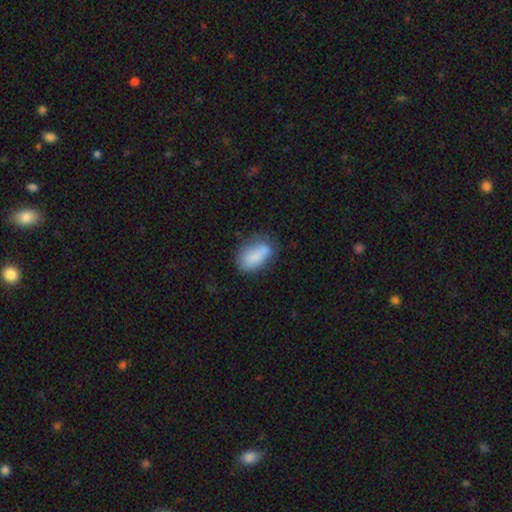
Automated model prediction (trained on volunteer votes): Overall: smooth (80%). How rounded: in between (88%). Merging: none (55%; minor disturbance 27%).